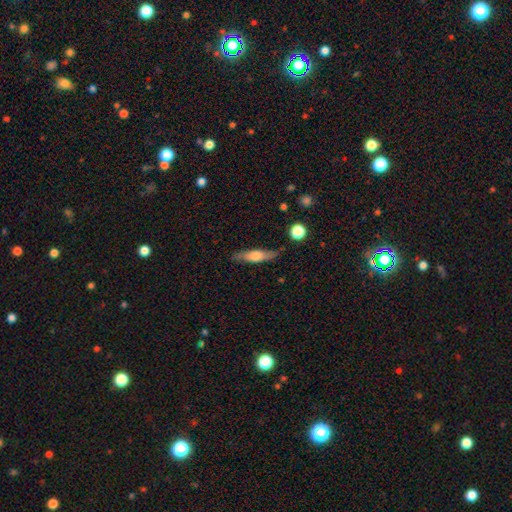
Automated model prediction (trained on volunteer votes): Smooth or featured: smooth — 51% (featured or disk — 42%)
How rounded: cigar-shaped — 69% (in between — 28%)
Merging: none — 80% (minor disturbance — 14%)